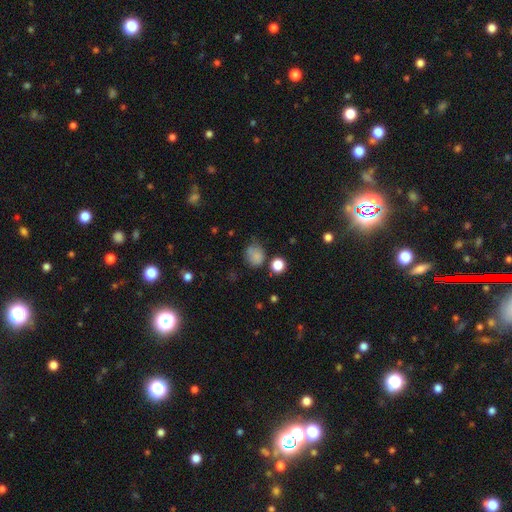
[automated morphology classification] The model was most divided on "merging": none: 57%, minor disturbance: 26%, major disturbance: 9%, merger: 8%. More confident: smooth or featured — smooth (79%); how rounded — round (67%).